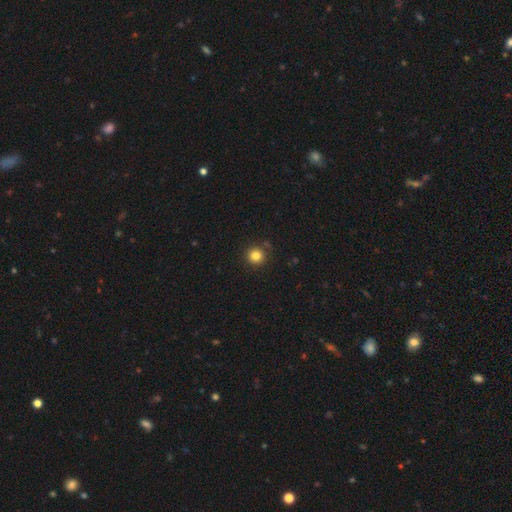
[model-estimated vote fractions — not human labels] This is clearly a smooth galaxy (83%). How rounded: clearly round (95%). Merging: clearly none (87%).